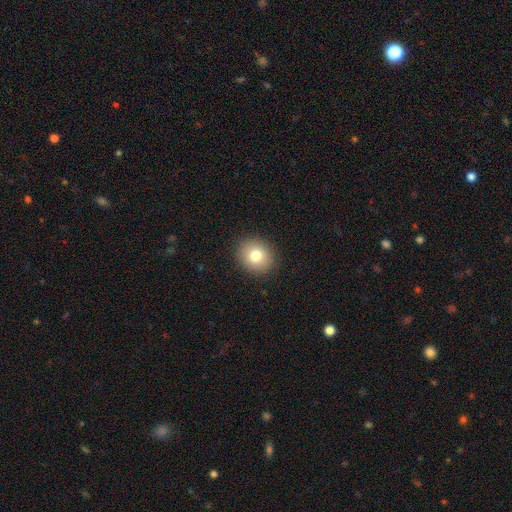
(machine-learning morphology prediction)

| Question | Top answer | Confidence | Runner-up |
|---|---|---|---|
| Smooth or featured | smooth | 79% | featured or disk (11%) |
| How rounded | round | 80% | in between (19%) |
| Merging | none | 91% | minor disturbance (6%) |